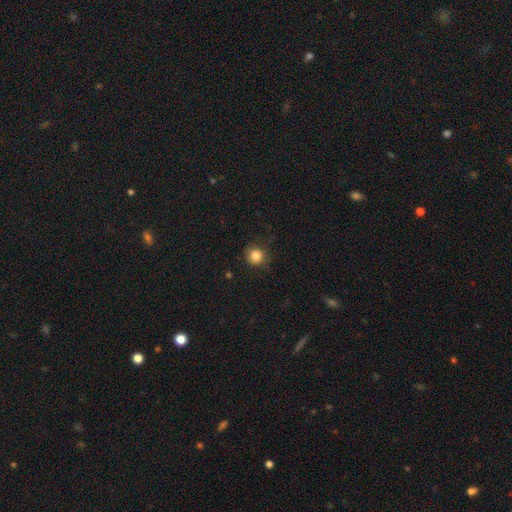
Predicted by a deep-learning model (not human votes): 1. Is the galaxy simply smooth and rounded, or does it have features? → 84% smooth, 11% star or artifact, 5% featured or disk.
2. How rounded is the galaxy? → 91% round, 8% in between, 1% cigar-shaped.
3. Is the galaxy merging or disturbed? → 81% none, 14% minor disturbance, 4% major disturbance, 1% merger.